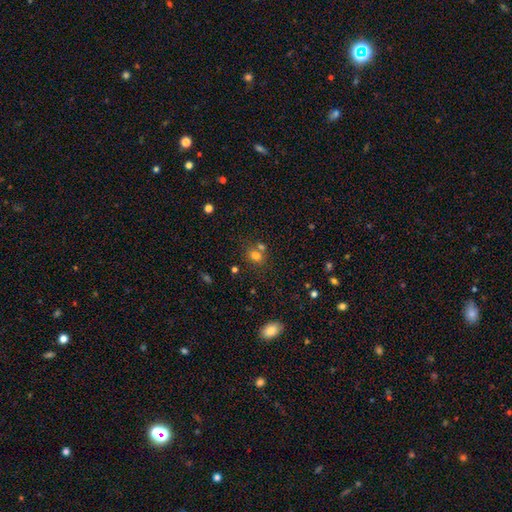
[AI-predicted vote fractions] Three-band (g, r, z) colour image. It shows a smooth galaxy with no disk features (74%) that is round (50%). Merging: none (55%).